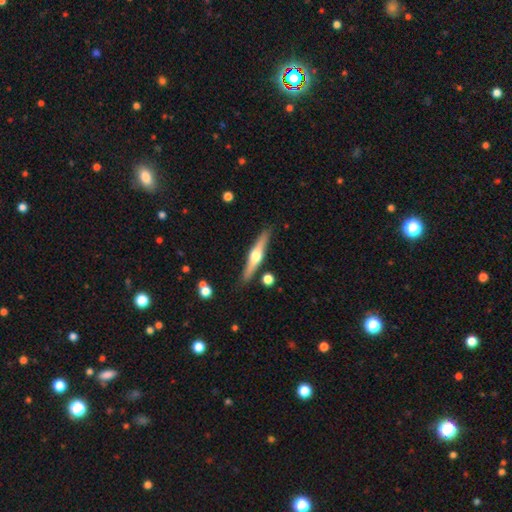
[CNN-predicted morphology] Q: Smooth or featured?
A: featured or disk (70%); runner-up: smooth (25%)
Q: Edge-on disk?
A: yes (97%); runner-up: no (3%)
Q: Edge-on bulge?
A: rounded (95%); runner-up: boxy (3%)
Q: Merging?
A: none (87%); runner-up: minor disturbance (8%)